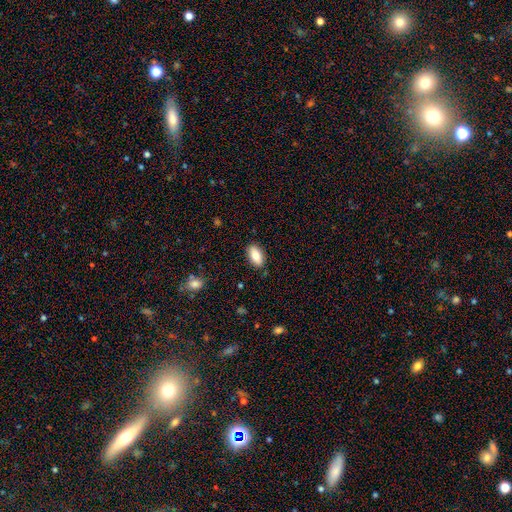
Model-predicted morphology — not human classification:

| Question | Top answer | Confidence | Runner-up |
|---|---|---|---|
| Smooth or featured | smooth | 83% | featured or disk (10%) |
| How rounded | in between | 91% | cigar-shaped (6%) |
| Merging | none | 87% | minor disturbance (10%) |